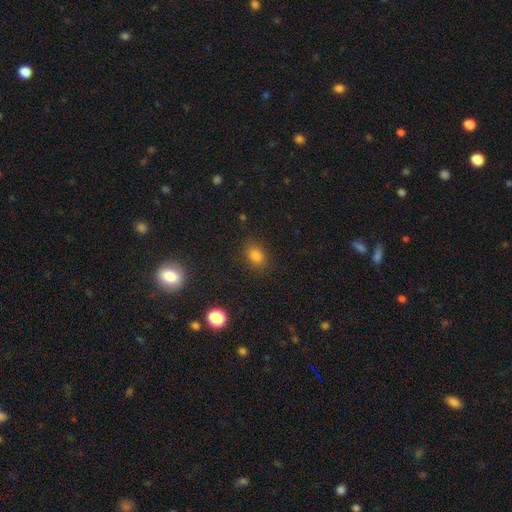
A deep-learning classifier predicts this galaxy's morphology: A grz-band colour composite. It shows a smooth galaxy with no disk features (79%) that is in between round and cigar-shaped (69%). Merging: none (85%).